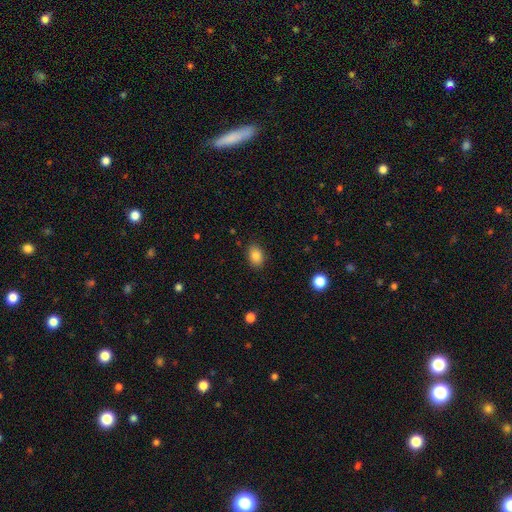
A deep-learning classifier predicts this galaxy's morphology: type=smooth (85%); roundness=in between (74%); merging=none (86%).